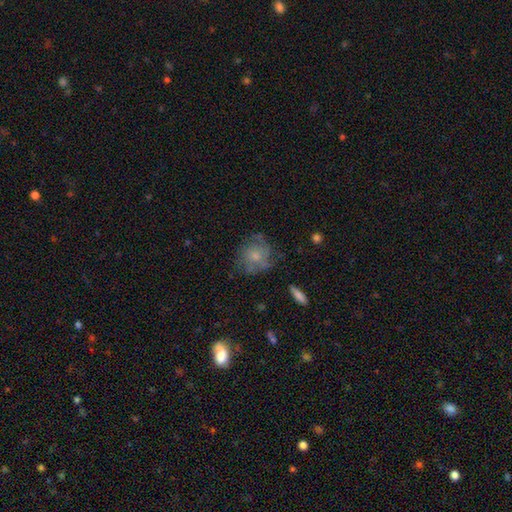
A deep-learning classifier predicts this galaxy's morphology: Smooth or featured?
  - smooth: 48% *
  - featured or disk: 44%
  - star or artifact: 9%
Merging?
  - none: 61% *
  - minor disturbance: 24%
  - major disturbance: 13%
  - merger: 3%